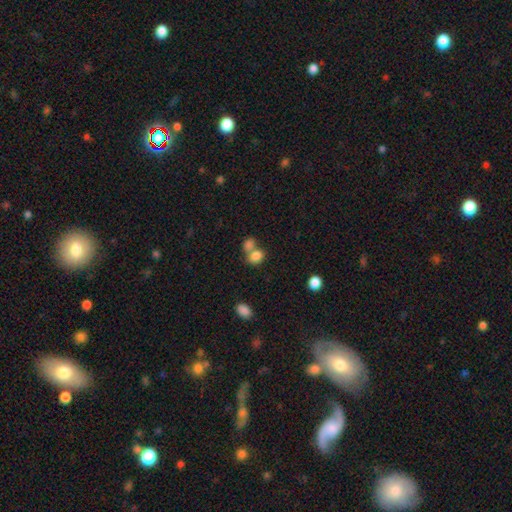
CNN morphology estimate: smooth_or_featured: smooth (p=0.81) [alt: star or artifact p=0.10]
how_rounded: in between (p=0.51) [alt: round p=0.48]
merging: merger (p=0.50) [alt: none p=0.37]